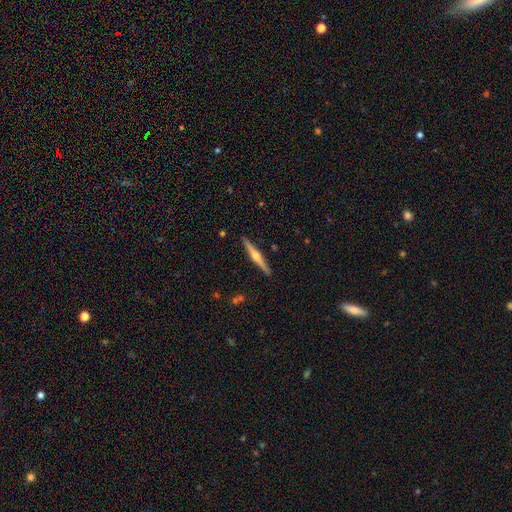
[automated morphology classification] Smooth or featured: featured or disk — 74% (smooth — 20%)
Edge-on disk: yes — 98% (no — 2%)
Edge-on bulge: rounded — 91% (none — 5%)
Merging: none — 91% (minor disturbance — 6%)